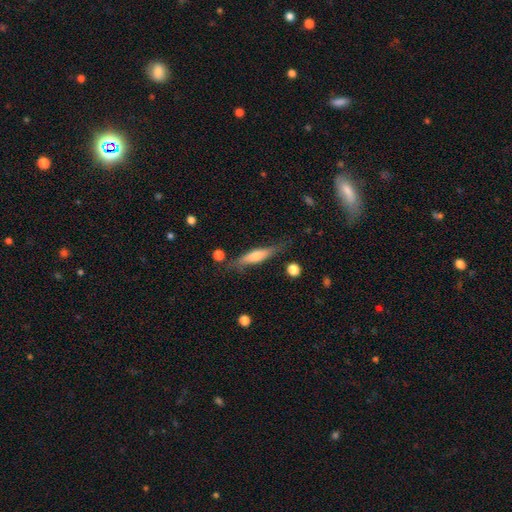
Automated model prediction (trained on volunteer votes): Smooth or featured? Predicted: featured or disk (p=0.51). Edge-on disk? Predicted: yes (p=0.89). Merging? Predicted: none (p=0.77).